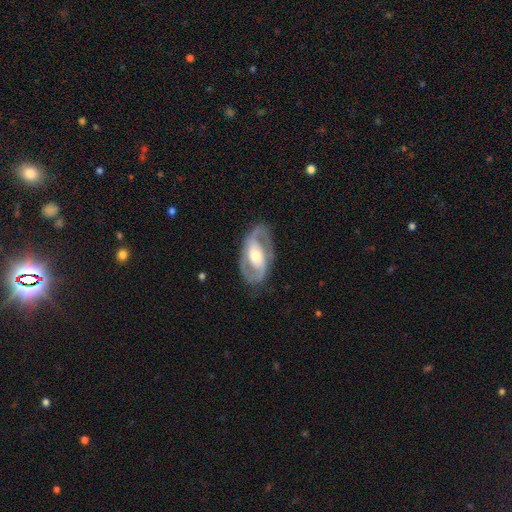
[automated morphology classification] featured or disk 86%, smooth 10%, star or artifact 4%. Down the decision tree: edge-on disk — no (96%); bar — weak (36%); spiral arms — yes (91%); spiral arm count — 2 (90%); spiral winding — medium (53%); bulge size — moderate (64%); merging — none (81%).